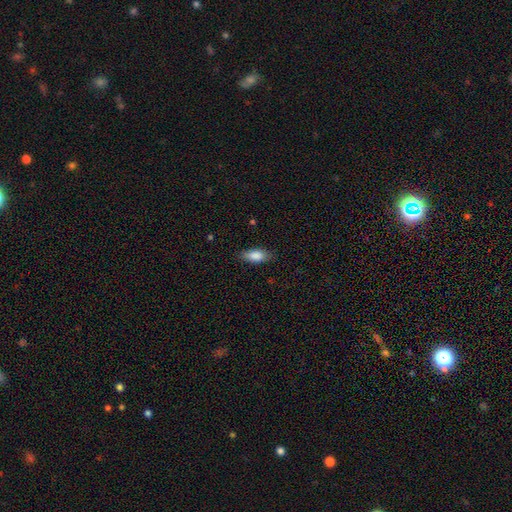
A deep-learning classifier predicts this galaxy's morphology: smooth_or_featured: smooth (p=0.85) [alt: featured or disk p=0.08]
how_rounded: in between (p=0.83) [alt: cigar-shaped p=0.14]
merging: none (p=0.83) [alt: minor disturbance p=0.13]